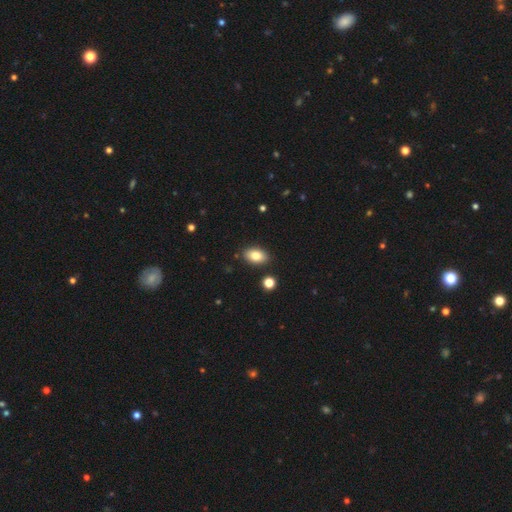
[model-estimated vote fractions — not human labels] This appears to be a smooth galaxy with no disk features (82%) that is in between round and cigar-shaped (91%). Merging: none (87%).